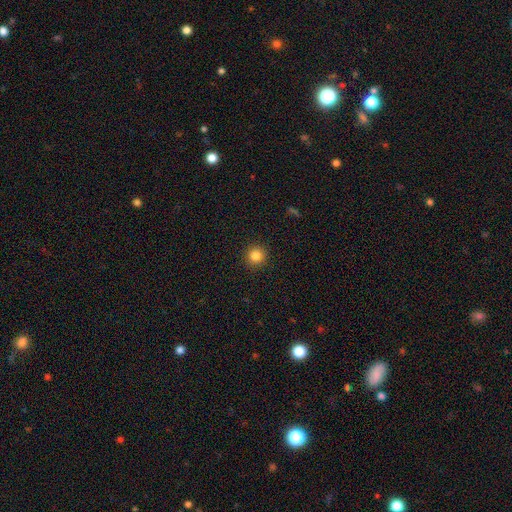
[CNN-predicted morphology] The model was most divided on "smooth or featured": smooth: 84%, star or artifact: 11%, featured or disk: 4%. More confident: how rounded — round (94%); merging — none (92%).